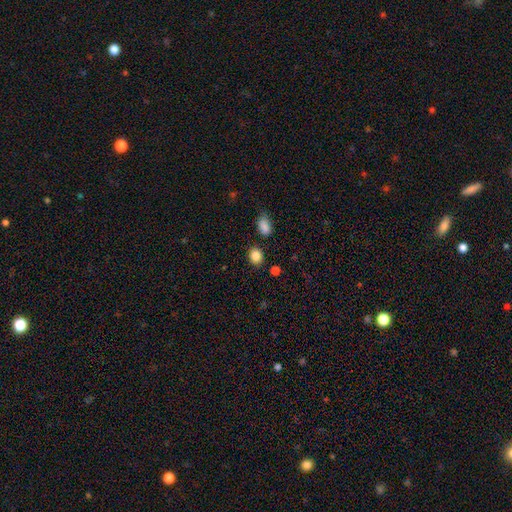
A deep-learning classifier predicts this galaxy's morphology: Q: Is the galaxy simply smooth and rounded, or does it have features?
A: smooth — 86%.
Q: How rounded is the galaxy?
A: round — 55%.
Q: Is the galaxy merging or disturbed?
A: none — 83%.